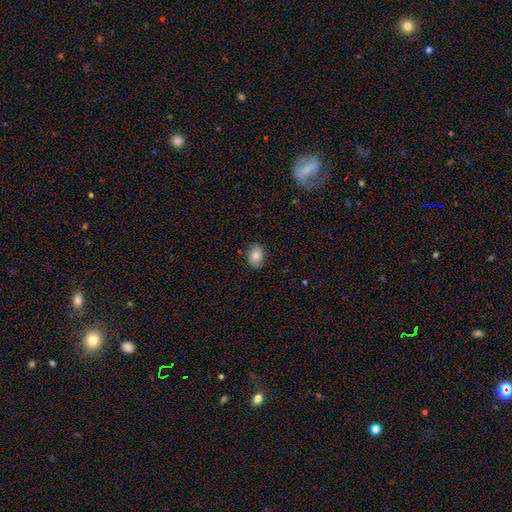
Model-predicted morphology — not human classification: smooth-or-featured: smooth: 85% | star or artifact: 8% | featured or disk: 7%
  how-rounded: in between: 75% | round: 24% | cigar-shaped: 1%
  merging: none: 85% | minor disturbance: 12% | major disturbance: 3% | merger: 1%